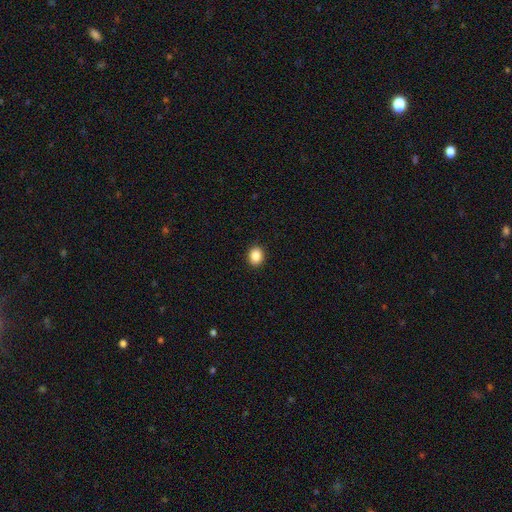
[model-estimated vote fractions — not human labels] Q: Smooth or featured?
A: smooth (87%); runner-up: star or artifact (9%)
Q: How rounded?
A: round (61%); runner-up: in between (38%)
Q: Merging?
A: none (92%); runner-up: minor disturbance (6%)